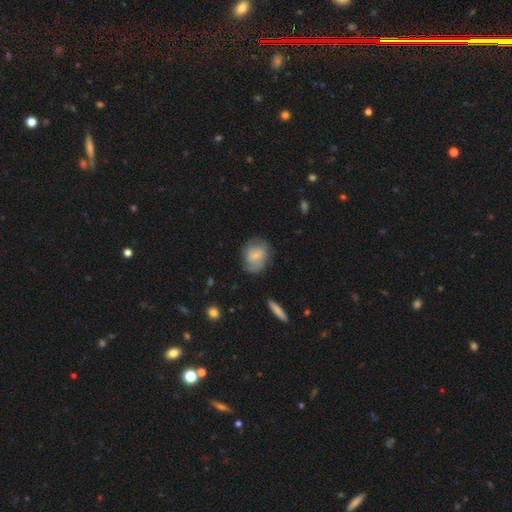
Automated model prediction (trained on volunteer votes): Q: Smooth or featured?
A: smooth (65%); runner-up: featured or disk (28%)
Q: How rounded?
A: in between (51%); runner-up: round (47%)
Q: Merging?
A: none (67%); runner-up: minor disturbance (23%)